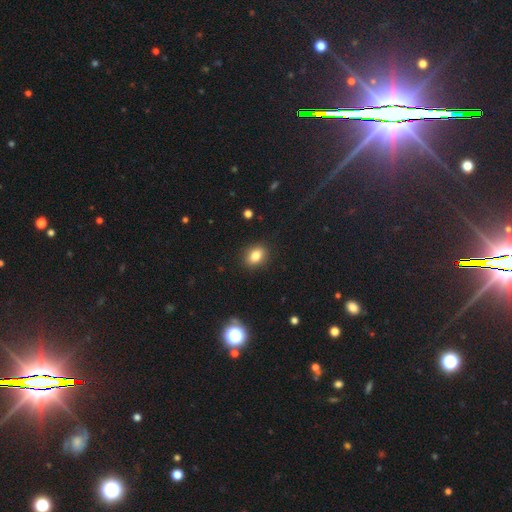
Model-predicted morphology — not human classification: Smooth or featured? Predicted: smooth (p=0.82). How rounded? Predicted: in between (p=0.70). Merging? Predicted: none (p=0.89).